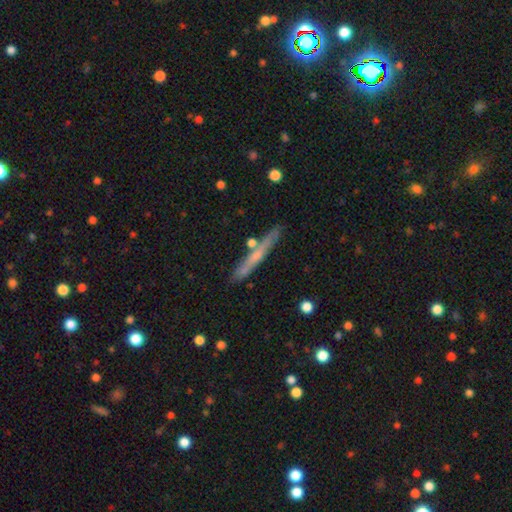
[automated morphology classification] Q: Smooth or featured?
A: smooth (50%); runner-up: featured or disk (44%)
Q: Merging?
A: none (80%); runner-up: minor disturbance (12%)